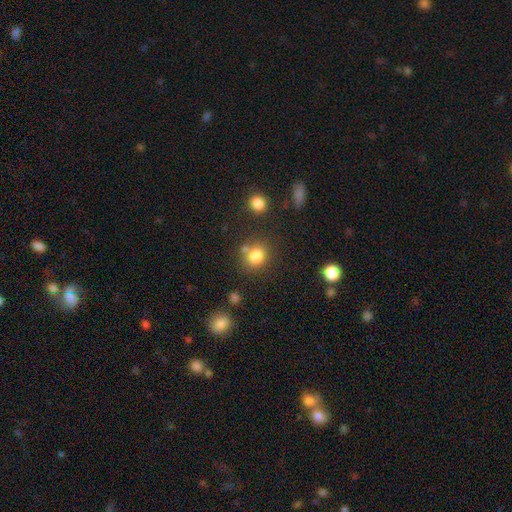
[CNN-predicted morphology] Q: Smooth or featured?
A: smooth (82%); runner-up: star or artifact (12%)
Q: How rounded?
A: round (80%); runner-up: in between (20%)
Q: Merging?
A: none (69%); runner-up: merger (15%)